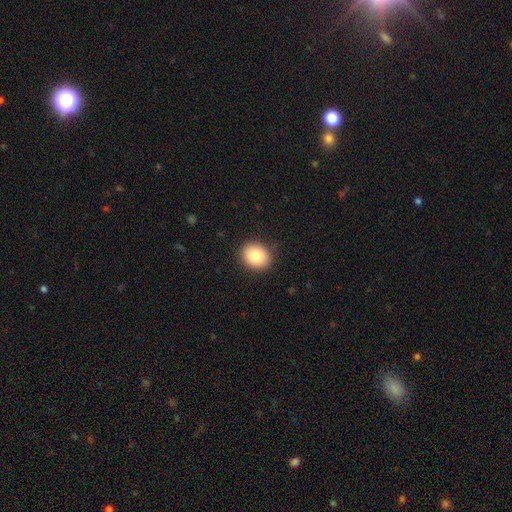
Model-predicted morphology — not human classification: This is clearly a smooth galaxy (83%). How rounded: likely round (65%). Merging: clearly none (87%).